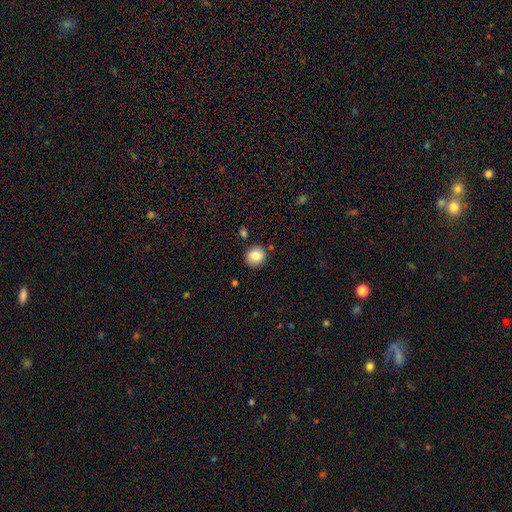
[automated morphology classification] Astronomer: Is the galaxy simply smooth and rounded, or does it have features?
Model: smooth — 84%.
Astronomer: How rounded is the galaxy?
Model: round — 86%.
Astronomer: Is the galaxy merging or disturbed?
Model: none — 87%.